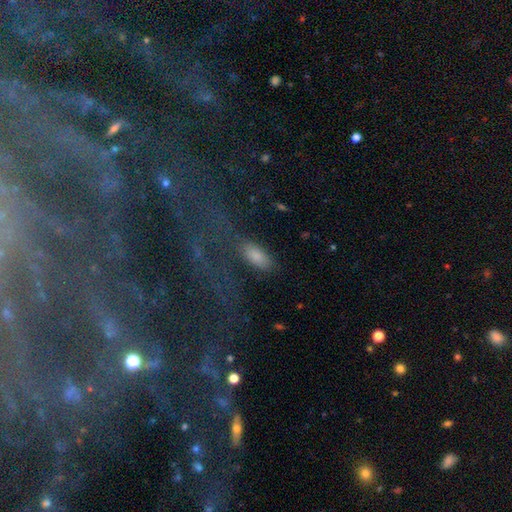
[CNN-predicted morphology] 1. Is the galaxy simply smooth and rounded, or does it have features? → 76% smooth, 13% star or artifact, 11% featured or disk.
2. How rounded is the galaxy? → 83% in between, 14% cigar-shaped, 3% round.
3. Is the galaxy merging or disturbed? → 72% none, 16% minor disturbance, 8% major disturbance, 4% merger.